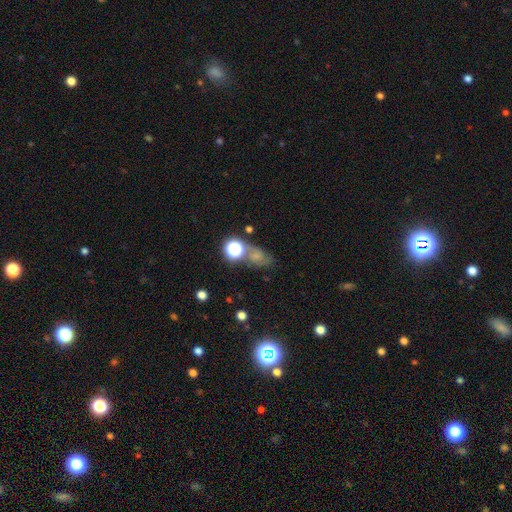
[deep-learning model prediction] smooth-or-featured: smooth: 44% | star or artifact: 28% | featured or disk: 28%
  merging: none: 54% | minor disturbance: 19% | merger: 16% | major disturbance: 12%